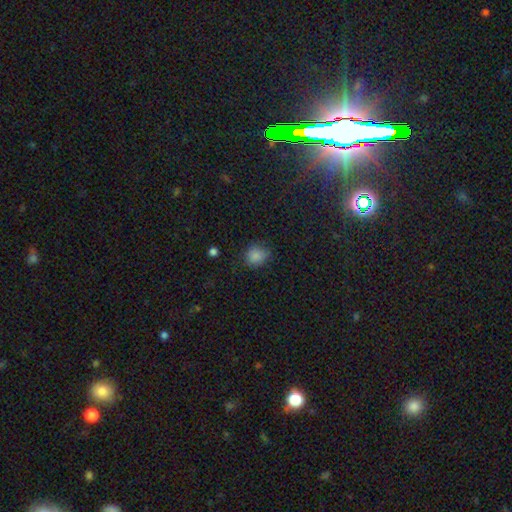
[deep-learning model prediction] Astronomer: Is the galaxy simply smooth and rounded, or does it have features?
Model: smooth — 82%.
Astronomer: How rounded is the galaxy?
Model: round — 72%.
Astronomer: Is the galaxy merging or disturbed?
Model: none — 73%.